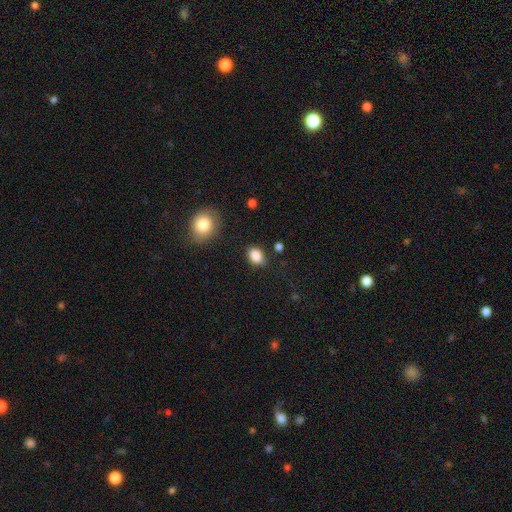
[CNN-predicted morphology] A smooth galaxy with no disk features (87%) that is in between round and cigar-shaped (68%). Merging: none (79%).